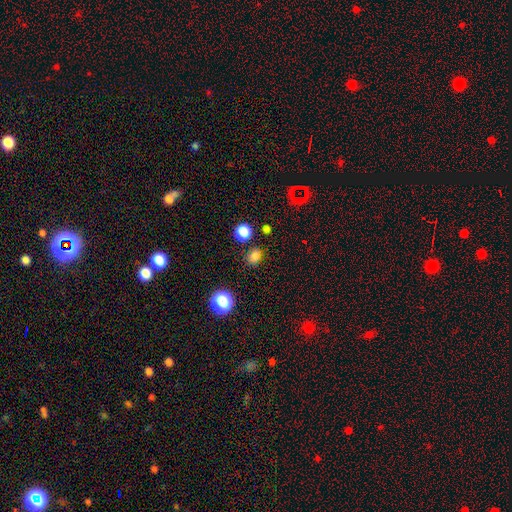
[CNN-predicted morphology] The model was most divided on "how rounded": round: 58%, in between: 40%, cigar-shaped: 1%. More confident: merging — none (82%); smooth or featured — smooth (77%).